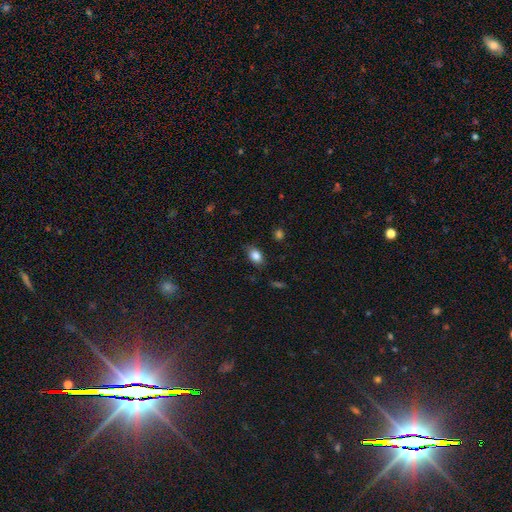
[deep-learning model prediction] A smooth galaxy with no disk features (84%) that is in between round and cigar-shaped (81%). Merging: none (82%).